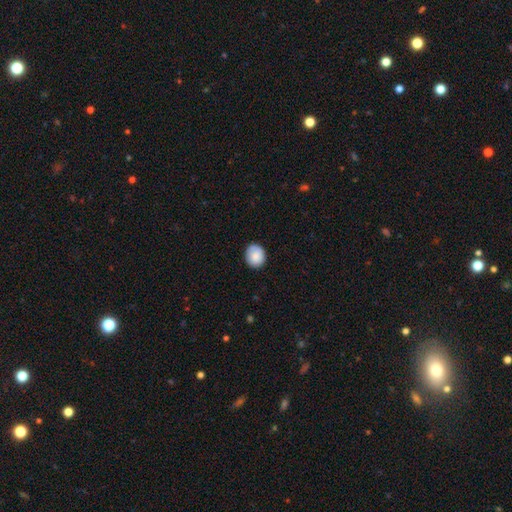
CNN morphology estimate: A smooth galaxy with no disk features (84%) that is round (71%). Merging: none (80%).